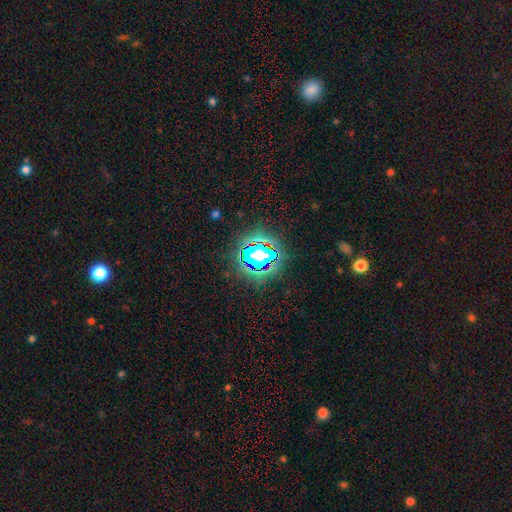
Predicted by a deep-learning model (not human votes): Morphology: type=star or artifact (72%).